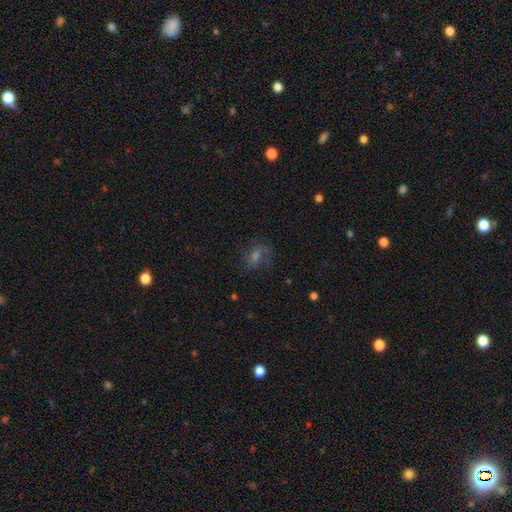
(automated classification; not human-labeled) Smooth or featured: featured or disk — 42% (smooth — 34%)
Merging: none — 69% (minor disturbance — 17%)